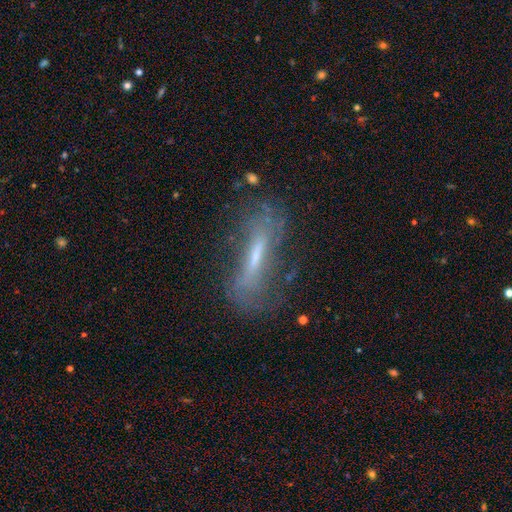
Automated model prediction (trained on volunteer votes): featured or disk 62%, smooth 28%, star or artifact 10%. Down the decision tree: edge-on disk — no (58%); merging — none (61%).